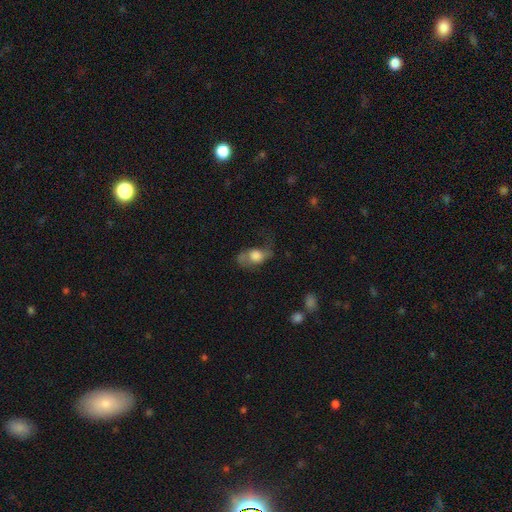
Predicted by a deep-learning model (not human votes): Smooth or featured: smooth — 57% (featured or disk — 34%)
How rounded: in between — 72% (round — 24%)
Merging: none — 37% (major disturbance — 34%)